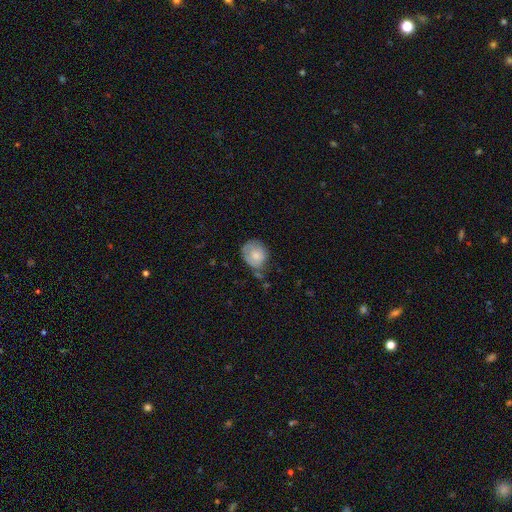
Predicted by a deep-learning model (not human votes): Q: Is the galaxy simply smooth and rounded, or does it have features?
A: smooth — 70%.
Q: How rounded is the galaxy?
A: round — 66%.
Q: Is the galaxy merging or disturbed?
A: none — 47%.